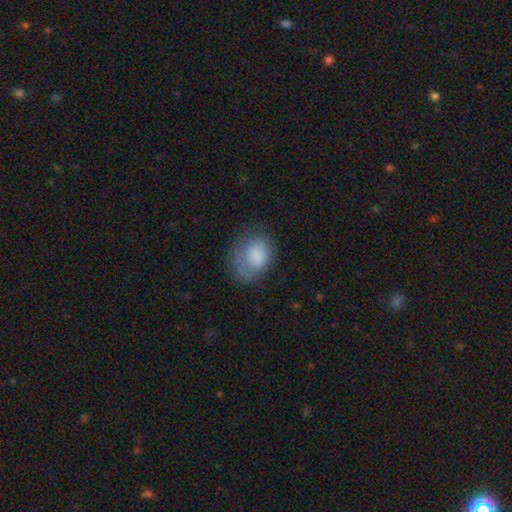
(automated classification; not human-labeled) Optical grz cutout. It shows a smooth galaxy with no disk features (76%) that is in between round and cigar-shaped (60%). Merging: none (52%).